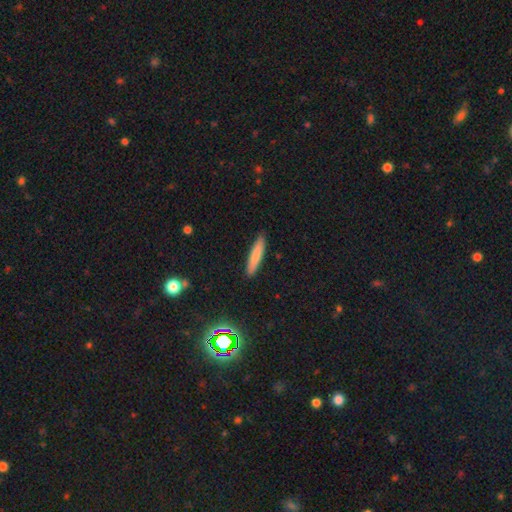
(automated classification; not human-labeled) smooth-or-featured: smooth: 79% | featured or disk: 15% | star or artifact: 7%
  how-rounded: cigar-shaped: 90% | in between: 9% | round: 1%
  merging: none: 89% | minor disturbance: 8% | major disturbance: 2% | merger: 1%